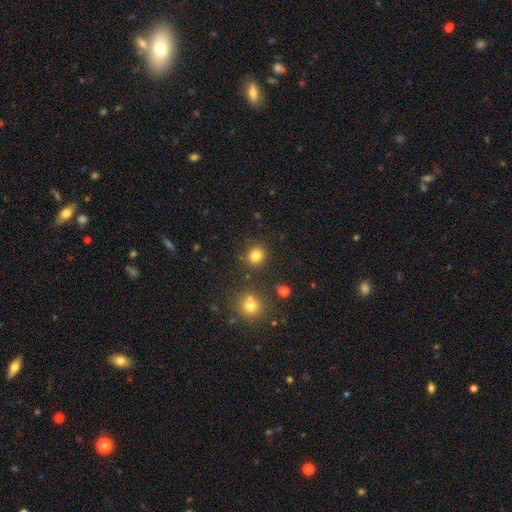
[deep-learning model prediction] smooth 81%, star or artifact 13%, featured or disk 6%. Down the decision tree: how rounded — round (77%); merging — none (85%).